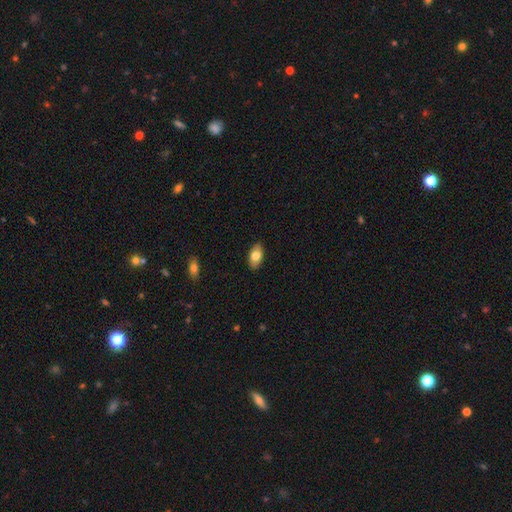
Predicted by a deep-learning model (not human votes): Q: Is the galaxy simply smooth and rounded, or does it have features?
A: smooth — 78%.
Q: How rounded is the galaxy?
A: in between — 92%.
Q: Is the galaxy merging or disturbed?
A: none — 89%.